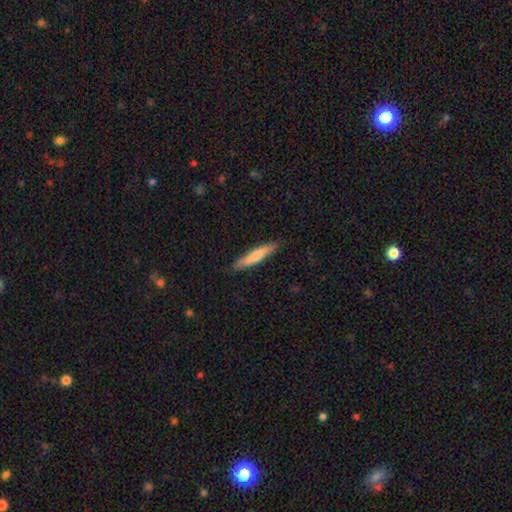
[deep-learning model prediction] Overall: smooth (71%). How rounded: cigar-shaped (89%). Merging: none (87%).